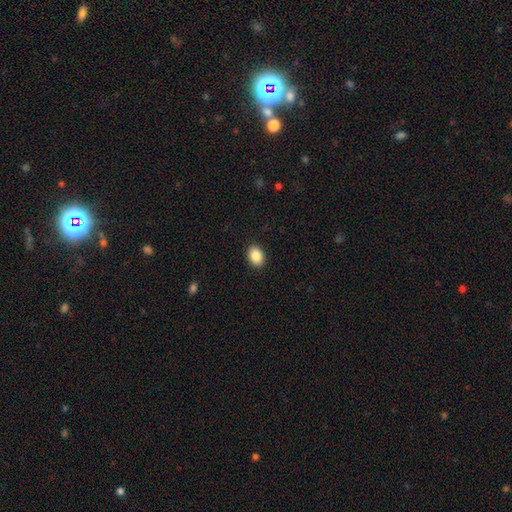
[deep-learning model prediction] smooth_or_featured: smooth (p=0.88) [alt: star or artifact p=0.08]
how_rounded: in between (p=0.77) [alt: round p=0.22]
merging: none (p=0.91) [alt: minor disturbance p=0.07]